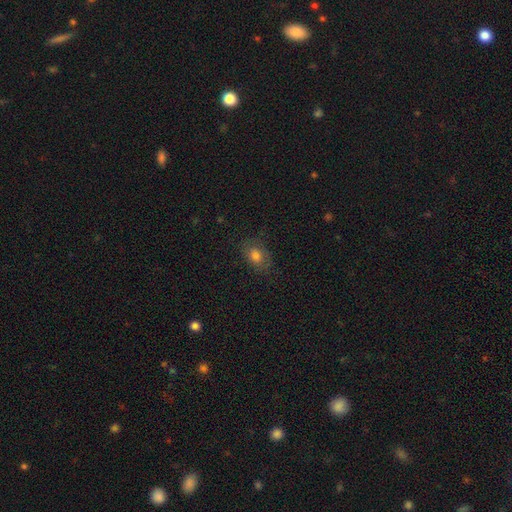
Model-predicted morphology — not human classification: smooth-or-featured: smooth: 75% | featured or disk: 13% | star or artifact: 12%
  how-rounded: in between: 69% | round: 30% | cigar-shaped: 1%
  merging: none: 73% | minor disturbance: 19% | major disturbance: 7% | merger: 1%